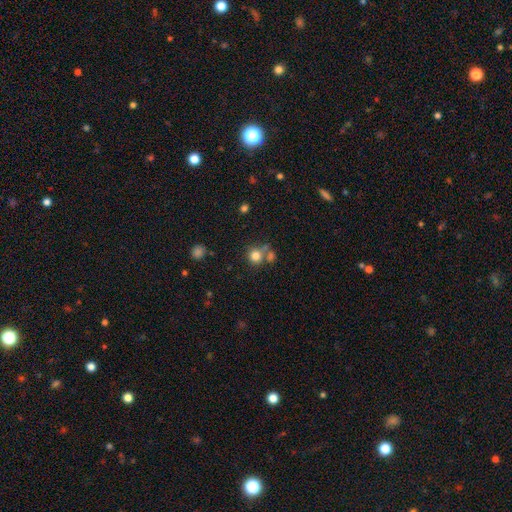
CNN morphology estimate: The model was most divided on "merging": none: 59%, merger: 27%, minor disturbance: 9%, major disturbance: 4%. More confident: how rounded — round (89%); smooth or featured — smooth (78%).